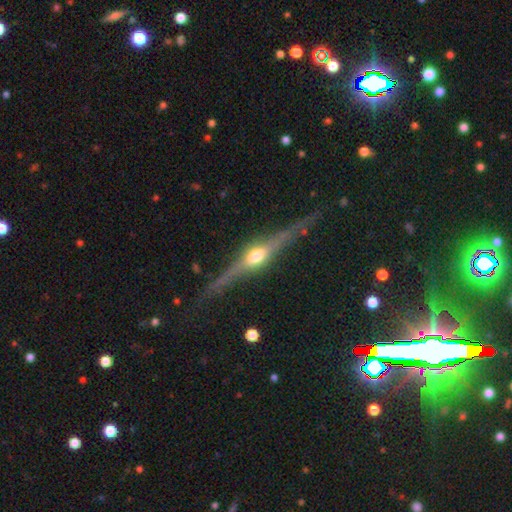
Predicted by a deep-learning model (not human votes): smooth-or-featured: featured or disk: 83% | smooth: 11% | star or artifact: 6%
  disk-edge-on: yes: 97% | no: 3%
    edge-on-bulge: rounded: 93% | boxy: 5% | none: 2%
  merging: none: 84% | minor disturbance: 11% | major disturbance: 3% | merger: 2%